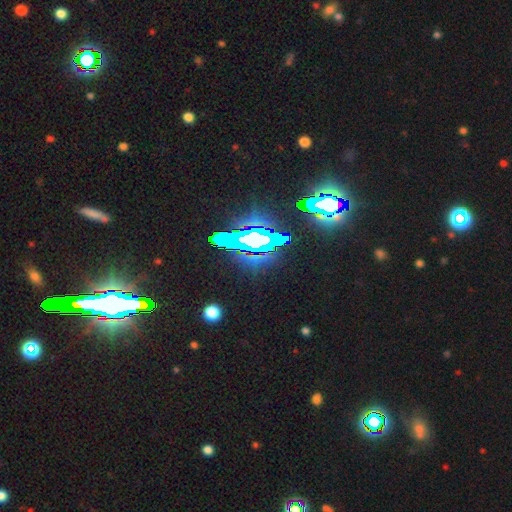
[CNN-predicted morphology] This appears to be a star or artifact, not a galaxy (83%).